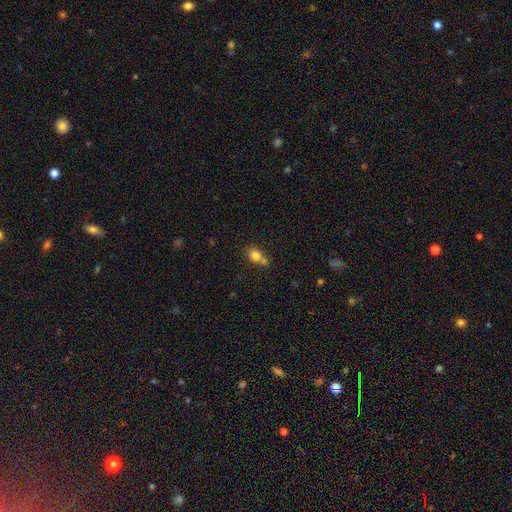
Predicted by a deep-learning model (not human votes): Smooth or featured? smooth (78%)
How rounded? in between (50%)
Merging? none (43%)